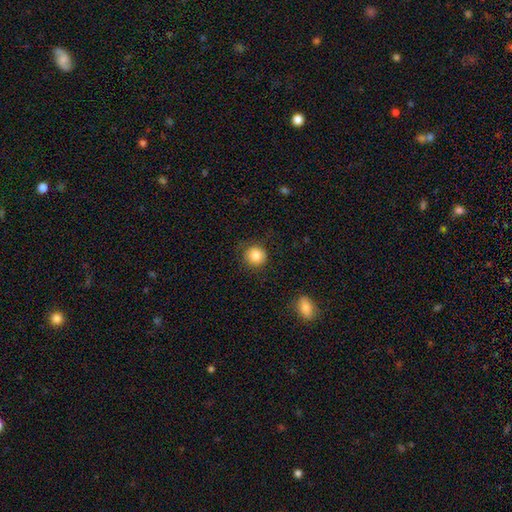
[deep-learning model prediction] Morphology: type=smooth (85%); roundness=round (91%); merging=none (78%).